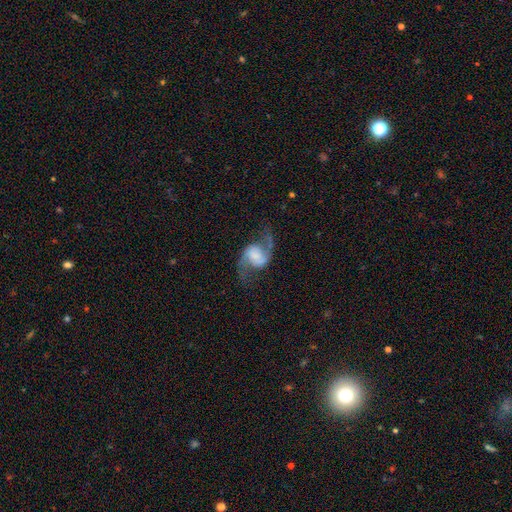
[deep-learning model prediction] Smooth or featured? Predicted: featured or disk (p=0.84). Edge-on disk? Predicted: no (p=0.98). Bar? Predicted: no (p=0.47). Spiral arms? Predicted: yes (p=0.96). Spiral winding? Predicted: loose (p=0.69). Spiral arm count? Predicted: 2 (p=0.94). Bulge size? Predicted: none (p=0.31). Merging? Predicted: none (p=0.71).